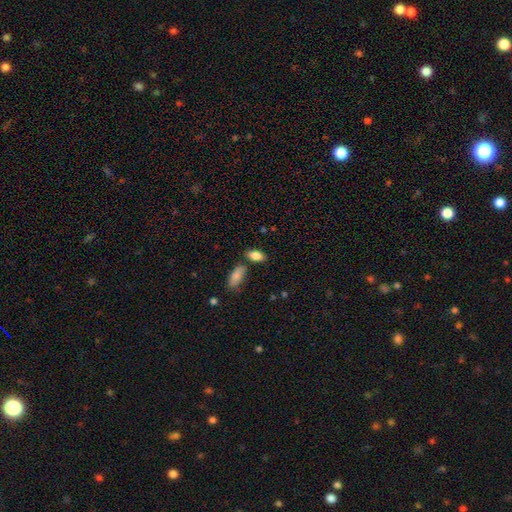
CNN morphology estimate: Smooth or featured? Predicted: smooth (p=0.86). How rounded? Predicted: in between (p=0.90). Merging? Predicted: none (p=0.70).